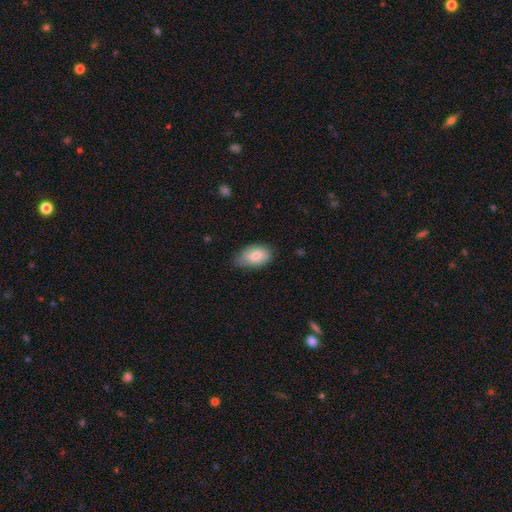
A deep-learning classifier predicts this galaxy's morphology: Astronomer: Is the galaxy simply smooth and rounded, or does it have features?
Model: smooth — 79%.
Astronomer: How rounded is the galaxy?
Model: in between — 91%.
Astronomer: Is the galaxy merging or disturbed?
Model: none — 63%.